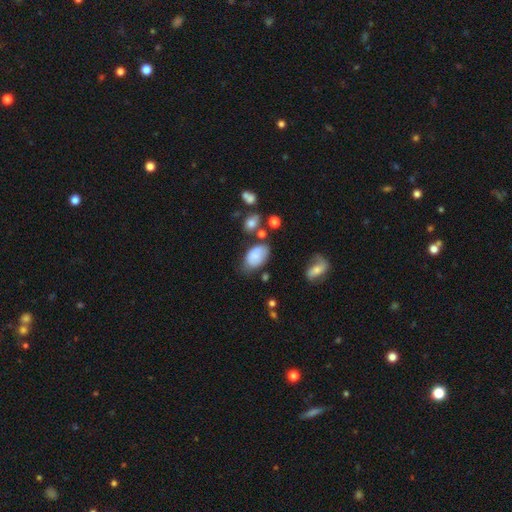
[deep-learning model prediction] A smooth galaxy with no disk features (78%) that is in between round and cigar-shaped (91%).

Vote fractions:
- Smooth or featured? smooth: 78% / featured or disk: 14% / star or artifact: 8%
- How rounded? in between: 91% / round: 7% / cigar-shaped: 1%
- Merging? none: 54% / minor disturbance: 30% / major disturbance: 10% / merger: 6%